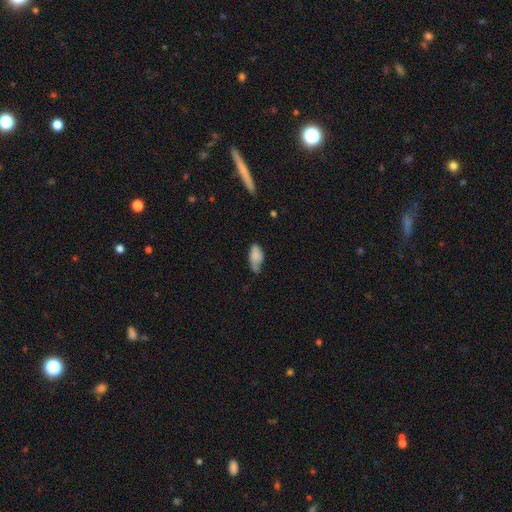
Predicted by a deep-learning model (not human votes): A smooth galaxy with no disk features (80%) that is in between round and cigar-shaped (91%). Merging: minor disturbance (43%).